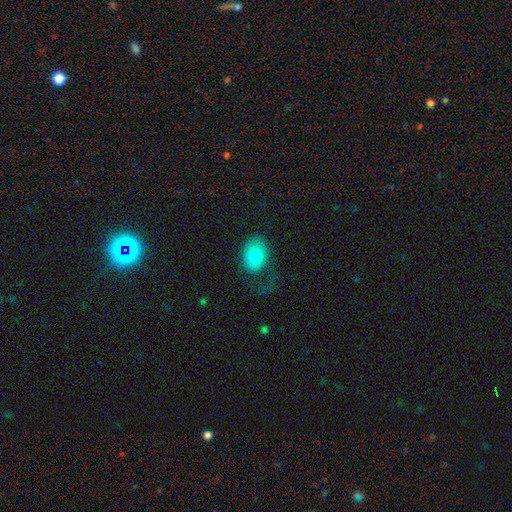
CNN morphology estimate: type=smooth (77%); roundness=in between (79%); merging=none (50%).